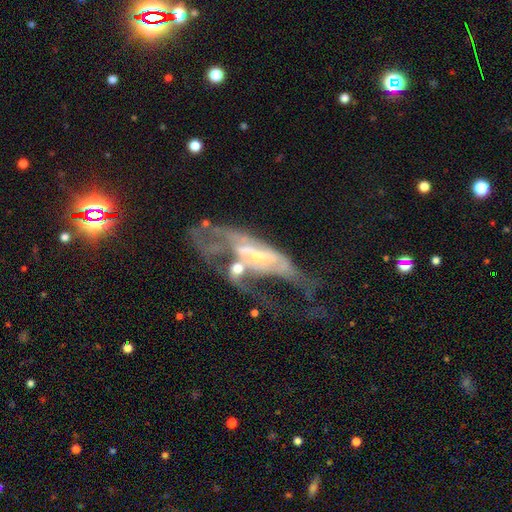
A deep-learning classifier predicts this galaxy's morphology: Smooth or featured? featured or disk (75%)
Edge-on disk? no (86%)
Bar? no (52%)
Spiral arms? yes (64%)
Bulge size? small (49%)
Merging? merger (45%)